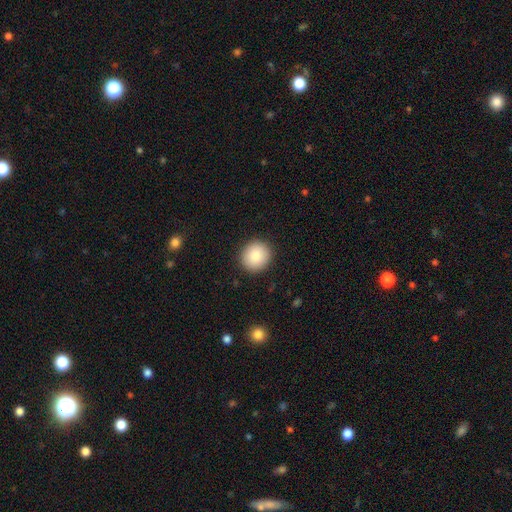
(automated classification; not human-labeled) Morphology: type=smooth (85%); roundness=round (91%); merging=none (91%).